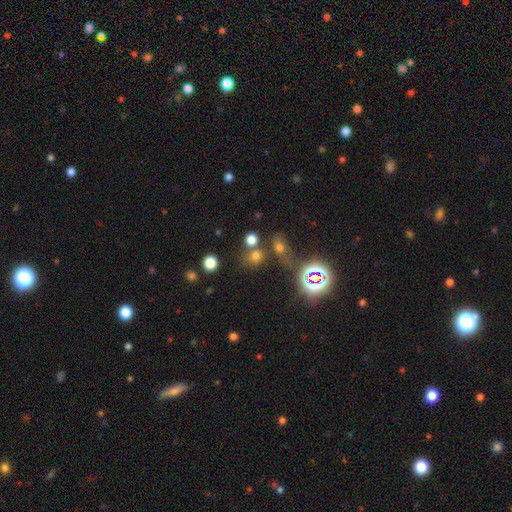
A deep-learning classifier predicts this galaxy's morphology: Smooth or featured? Predicted: smooth (p=0.60). How rounded? Predicted: round (p=0.74). Merging? Predicted: none (p=0.60).